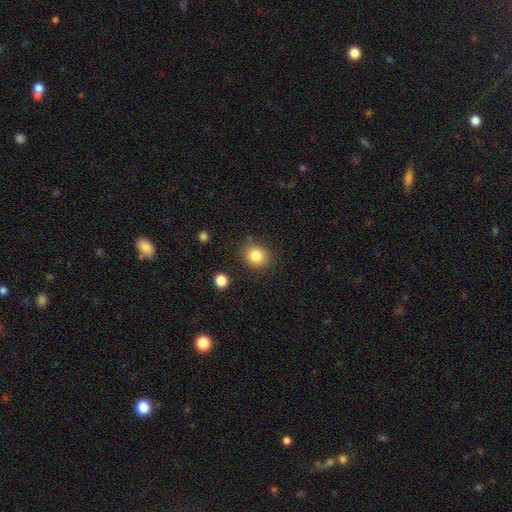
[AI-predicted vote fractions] Smooth or featured: smooth — 84% (star or artifact — 10%)
How rounded: round — 79% (in between — 20%)
Merging: none — 82% (minor disturbance — 11%)